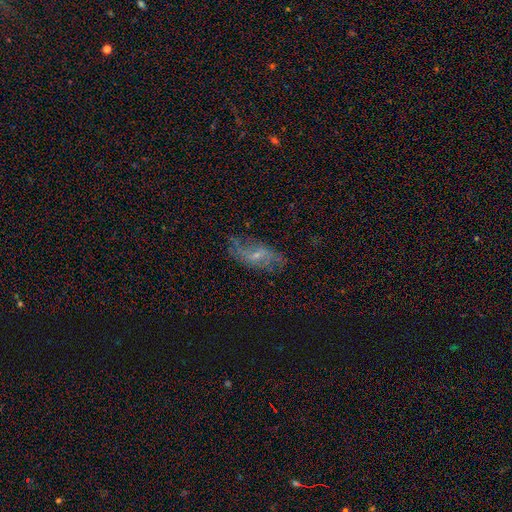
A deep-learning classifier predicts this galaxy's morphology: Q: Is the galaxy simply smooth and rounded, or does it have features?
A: featured or disk — 60%.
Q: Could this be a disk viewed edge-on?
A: no — 90%.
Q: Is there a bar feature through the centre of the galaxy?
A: weak — 45%.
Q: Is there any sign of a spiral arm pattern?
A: yes — 74%.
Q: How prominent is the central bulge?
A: small — 64%.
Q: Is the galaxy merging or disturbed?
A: none — 65%.